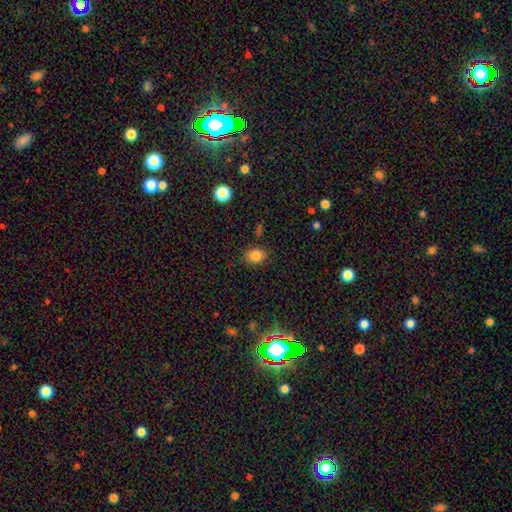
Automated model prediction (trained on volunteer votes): A smooth galaxy with no disk features (83%) that is in between round and cigar-shaped (54%).

Vote fractions:
- Smooth or featured? smooth: 83% / star or artifact: 11% / featured or disk: 6%
- How rounded? in between: 54% / round: 45% / cigar-shaped: 1%
- Merging? none: 82% / minor disturbance: 12% / major disturbance: 3% / merger: 2%